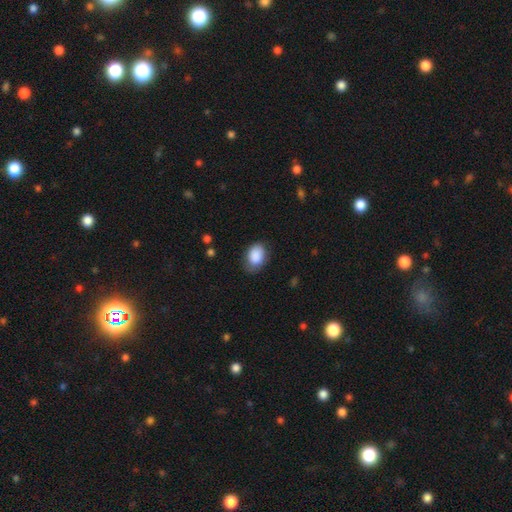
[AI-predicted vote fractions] A smooth galaxy with no disk features (88%) that is in between round and cigar-shaped (77%). Merging: none (72%).